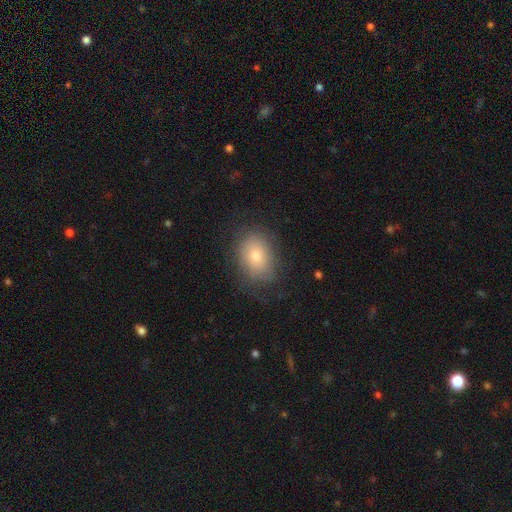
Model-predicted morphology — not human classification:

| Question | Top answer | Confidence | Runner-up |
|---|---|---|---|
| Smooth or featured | smooth | 73% | featured or disk (17%) |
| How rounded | in between | 69% | round (30%) |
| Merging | none | 74% | minor disturbance (17%) |